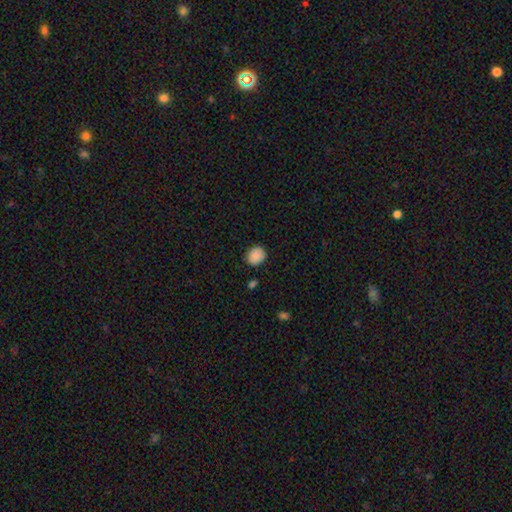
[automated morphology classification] smooth-or-featured: smooth: 89% | star or artifact: 8% | featured or disk: 3%
  how-rounded: round: 69% | in between: 30% | cigar-shaped: 1%
  merging: none: 84% | minor disturbance: 12% | major disturbance: 3% | merger: 2%